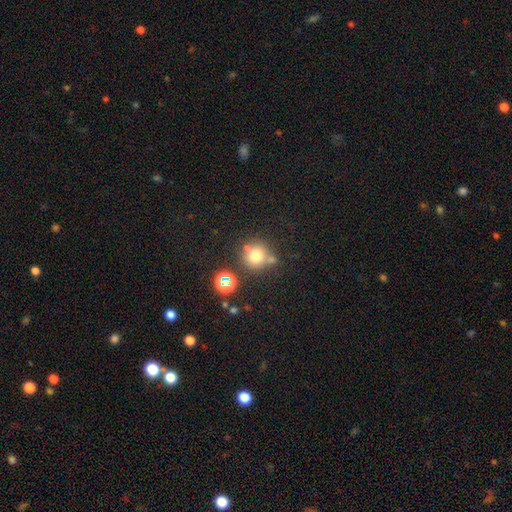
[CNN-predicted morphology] Smooth or featured: smooth — 69% (star or artifact — 18%)
How rounded: round — 92% (in between — 7%)
Merging: none — 68% (merger — 16%)